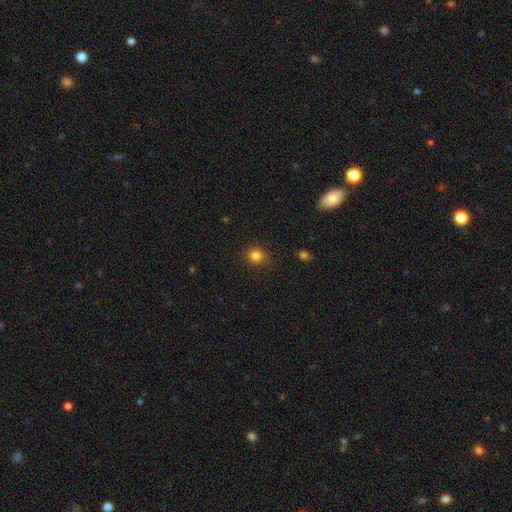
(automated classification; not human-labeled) smooth 82%, star or artifact 13%, featured or disk 5%. Down the decision tree: how rounded — round (86%); merging — none (81%).